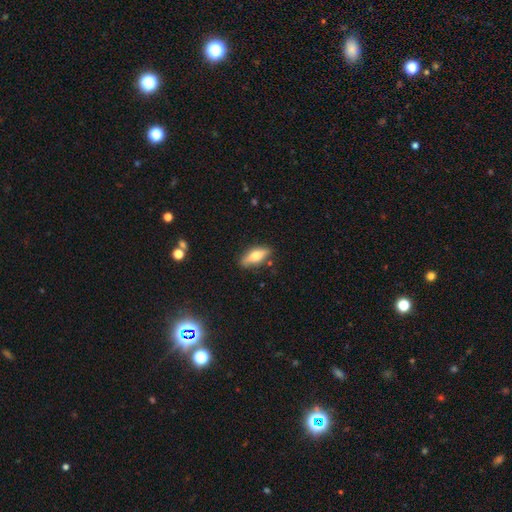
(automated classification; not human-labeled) This is likely a smooth galaxy (61%). How rounded: likely in between (66%). Merging: clearly none (82%).